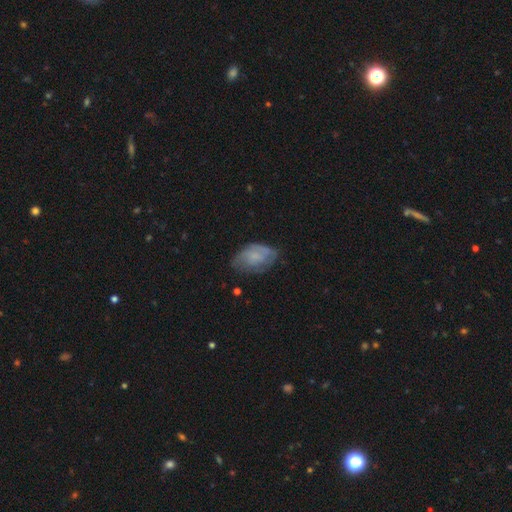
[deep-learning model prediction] smooth 46% (tied), featured or disk 46% (tied), star or artifact 8%. Down the decision tree: merging — none (57%).